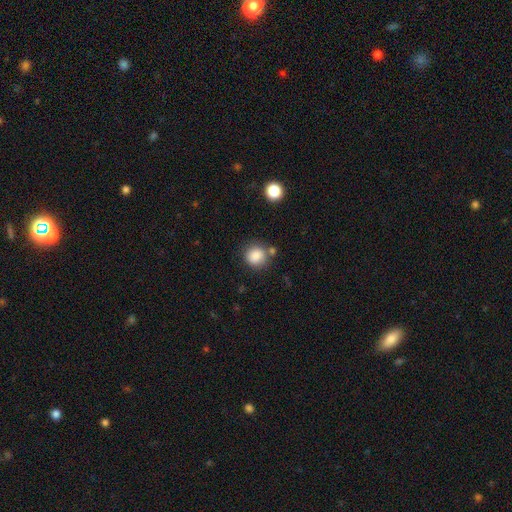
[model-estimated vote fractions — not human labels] smooth_or_featured: smooth (p=0.86) [alt: star or artifact p=0.09]
how_rounded: round (p=0.87) [alt: in between p=0.12]
merging: none (p=0.74) [alt: minor disturbance p=0.12]